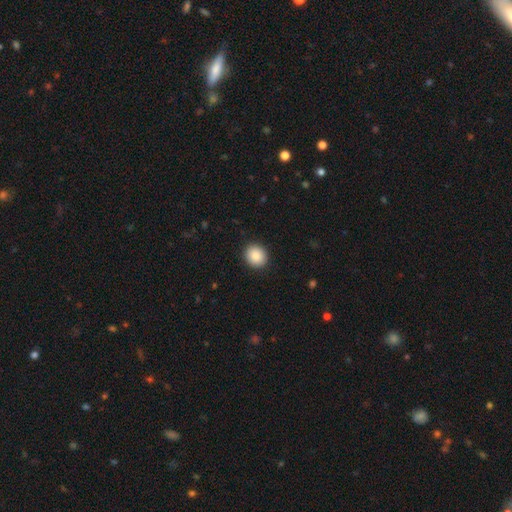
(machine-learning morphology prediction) Overall: smooth (89%). How rounded: round (75%). Merging: none (91%).